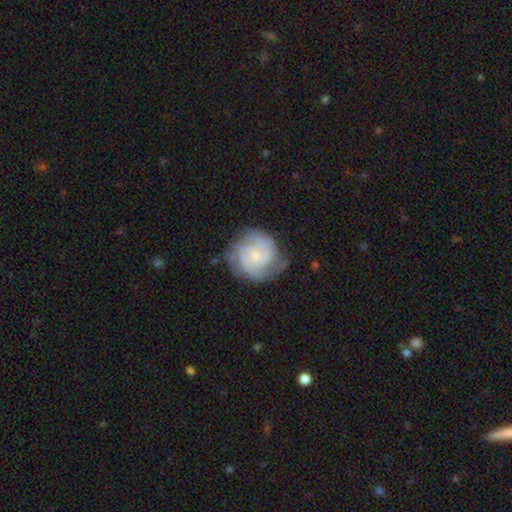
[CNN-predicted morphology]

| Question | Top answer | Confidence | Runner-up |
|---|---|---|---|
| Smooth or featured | featured or disk | 80% | smooth (14%) |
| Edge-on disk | no | 98% | yes (2%) |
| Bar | no | 74% | weak (23%) |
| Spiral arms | yes | 96% | no (4%) |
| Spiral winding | tight | 61% | medium (32%) |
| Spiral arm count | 3 | 31% | 2 (27%) |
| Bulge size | small | 70% | moderate (21%) |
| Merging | none | 72% | minor disturbance (19%) |